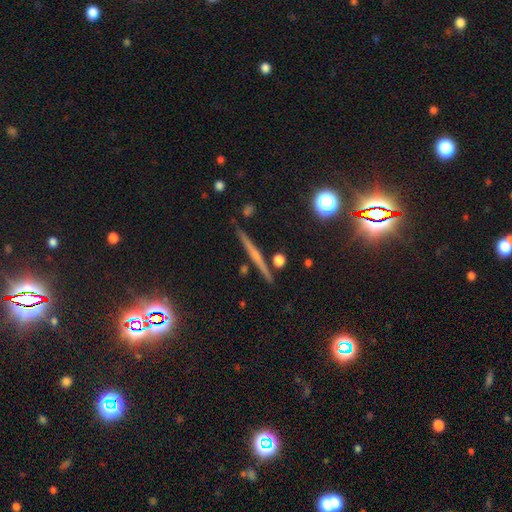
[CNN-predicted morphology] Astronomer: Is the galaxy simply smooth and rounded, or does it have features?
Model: featured or disk — 58%.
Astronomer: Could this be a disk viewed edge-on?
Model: yes — 97%.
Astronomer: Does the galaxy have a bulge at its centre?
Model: none — 63%.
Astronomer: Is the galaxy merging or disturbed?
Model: none — 89%.